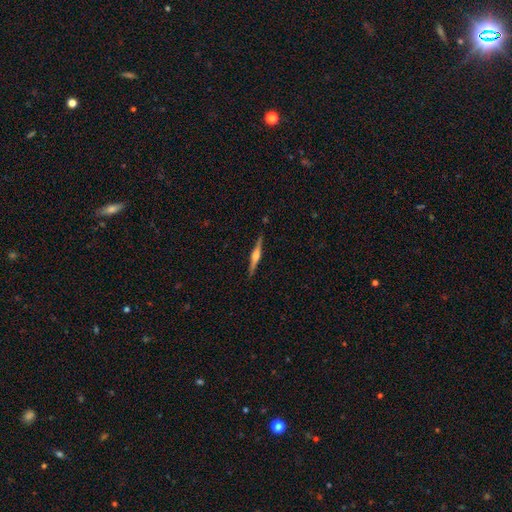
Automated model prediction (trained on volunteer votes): Morphology: type=featured or disk (74%); edge-on=yes (98%); edge-on bulge=rounded (78%); merging=none (90%).